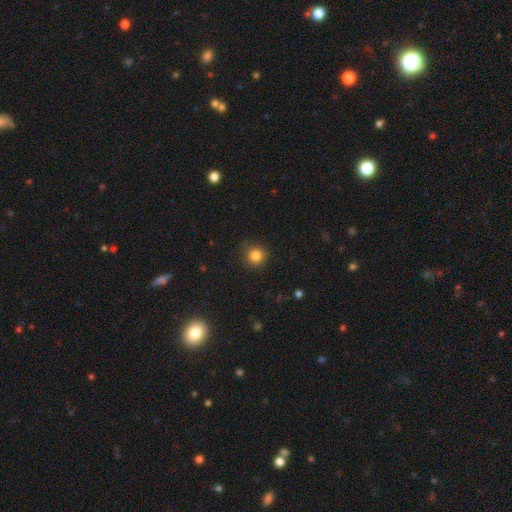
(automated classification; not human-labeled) The model was most divided on "smooth or featured": smooth: 83%, star or artifact: 12%, featured or disk: 5%. More confident: how rounded — round (92%); merging — none (84%).